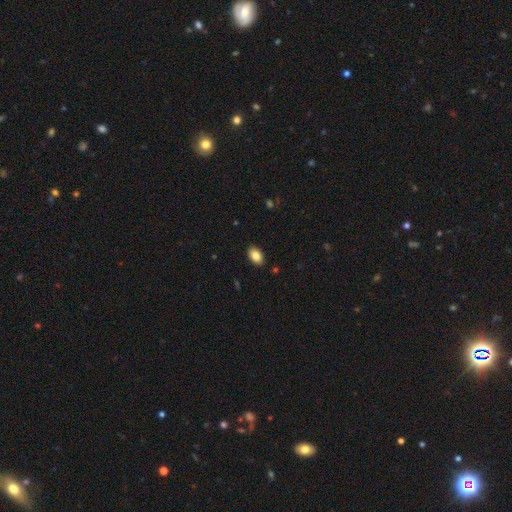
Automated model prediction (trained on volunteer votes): Overall: smooth (85%). How rounded: in between (88%). Merging: none (89%).